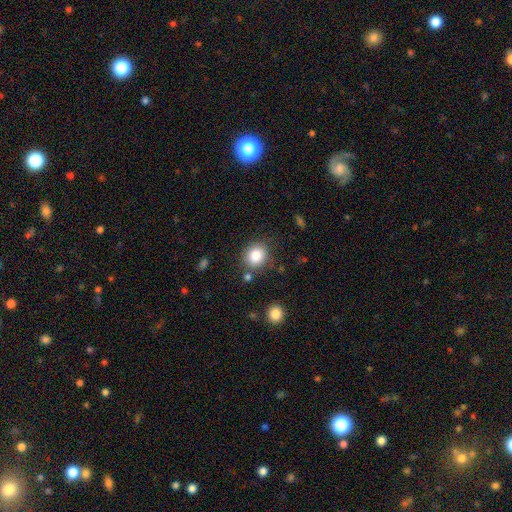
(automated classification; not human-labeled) smooth_or_featured: smooth (p=0.85) [alt: star or artifact p=0.09]
how_rounded: round (p=0.77) [alt: in between p=0.23]
merging: none (p=0.78) [alt: minor disturbance p=0.12]